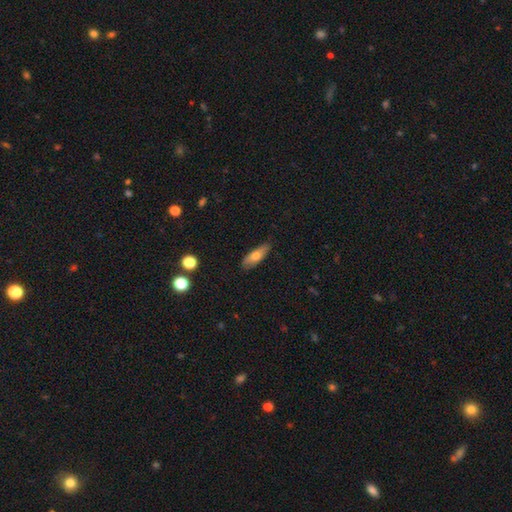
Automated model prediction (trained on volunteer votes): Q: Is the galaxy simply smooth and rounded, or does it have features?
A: smooth — 64%.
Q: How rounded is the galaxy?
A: in between — 58%.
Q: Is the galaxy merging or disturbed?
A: none — 81%.